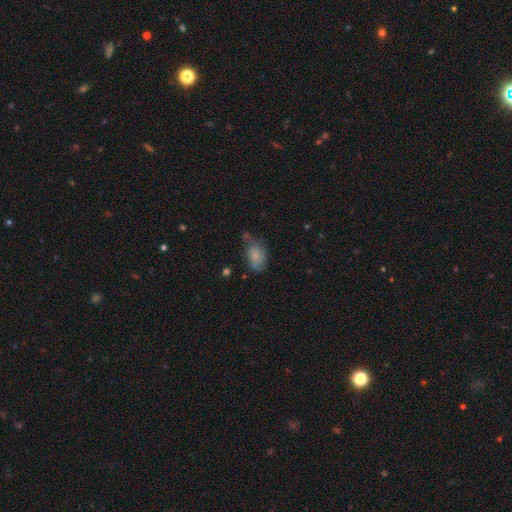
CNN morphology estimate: smooth 73%, featured or disk 18%, star or artifact 9%. Down the decision tree: how rounded — in between (89%); merging — none (46%).